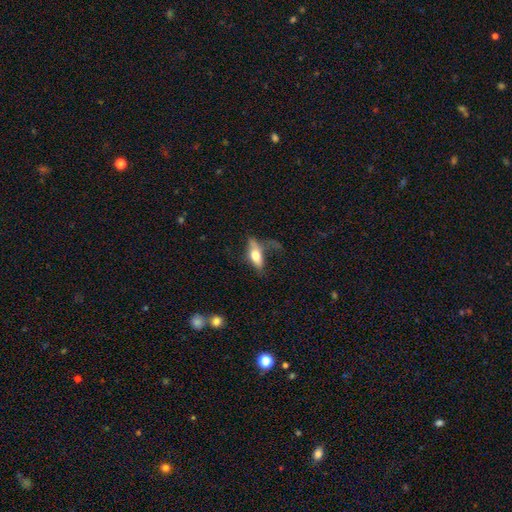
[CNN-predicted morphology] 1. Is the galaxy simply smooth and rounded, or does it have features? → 62% smooth, 31% featured or disk, 7% star or artifact.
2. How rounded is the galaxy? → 70% in between, 25% cigar-shaped, 5% round.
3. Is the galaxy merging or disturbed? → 33% major disturbance (tied), 33% none (tied), 27% minor disturbance, 7% merger.